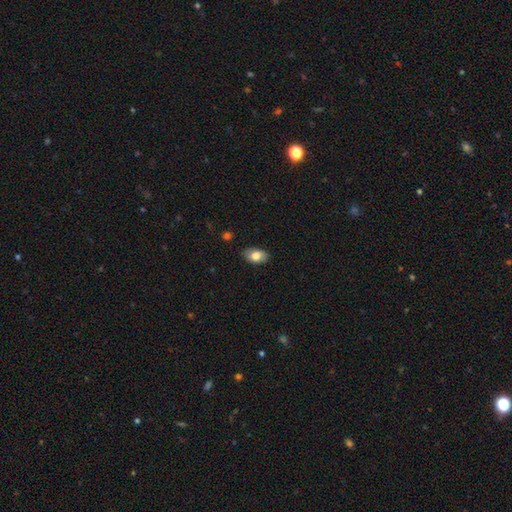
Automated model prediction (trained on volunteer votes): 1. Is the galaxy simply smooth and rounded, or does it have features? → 78% smooth, 14% featured or disk, 7% star or artifact.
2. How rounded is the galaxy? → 90% in between, 8% round, 1% cigar-shaped.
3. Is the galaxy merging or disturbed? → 84% none, 12% minor disturbance, 2% major disturbance, 1% merger.